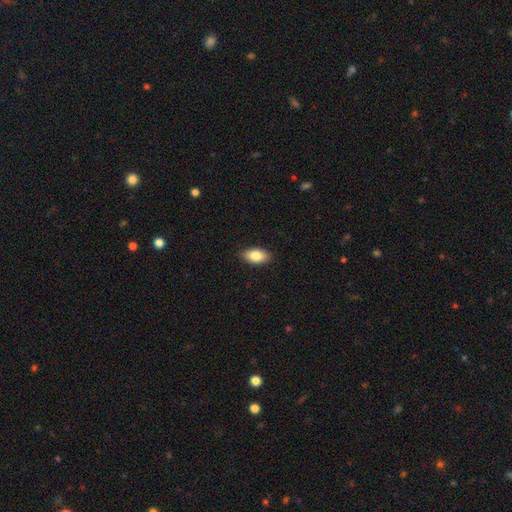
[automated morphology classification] A smooth galaxy with no disk features (83%) that is in between round and cigar-shaped (92%).

Vote fractions:
- Smooth or featured? smooth: 83% / featured or disk: 10% / star or artifact: 7%
- How rounded? in between: 92% / round: 4% / cigar-shaped: 3%
- Merging? none: 89% / minor disturbance: 8% / major disturbance: 2% / merger: 1%